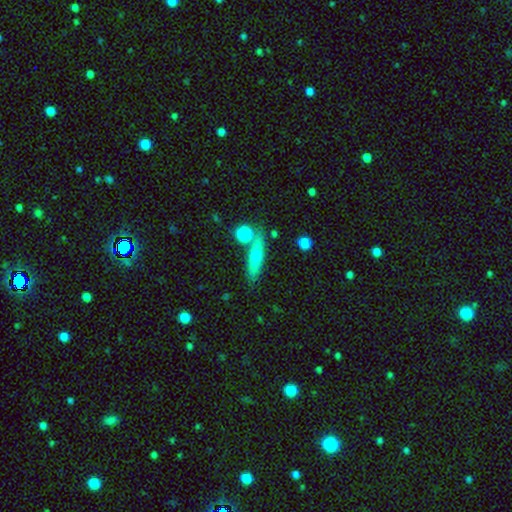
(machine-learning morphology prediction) This is possibly a smooth galaxy (55%). How rounded: likely cigar-shaped (79%). Merging: likely none (75%).